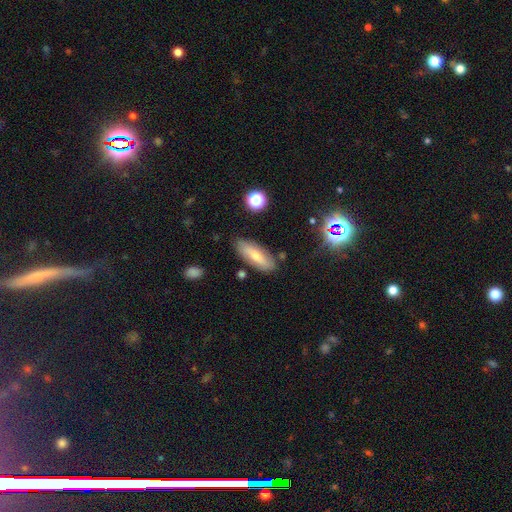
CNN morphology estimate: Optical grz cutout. It shows a smooth galaxy with no disk features (62%) that is in between round and cigar-shaped (58%). Merging: none (80%).